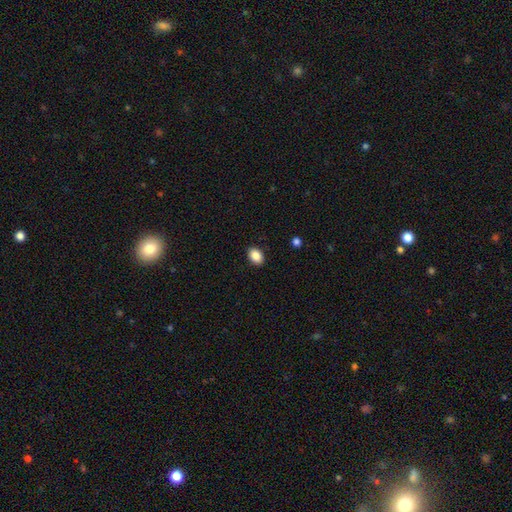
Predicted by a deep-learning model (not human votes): Smooth or featured? smooth (88%)
How rounded? in between (81%)
Merging? none (90%)